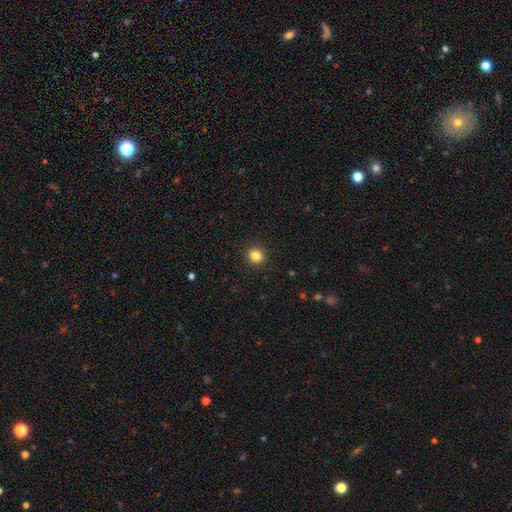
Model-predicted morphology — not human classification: Q: Smooth or featured?
A: smooth (84%); runner-up: star or artifact (12%)
Q: How rounded?
A: round (87%); runner-up: in between (12%)
Q: Merging?
A: none (92%); runner-up: minor disturbance (5%)